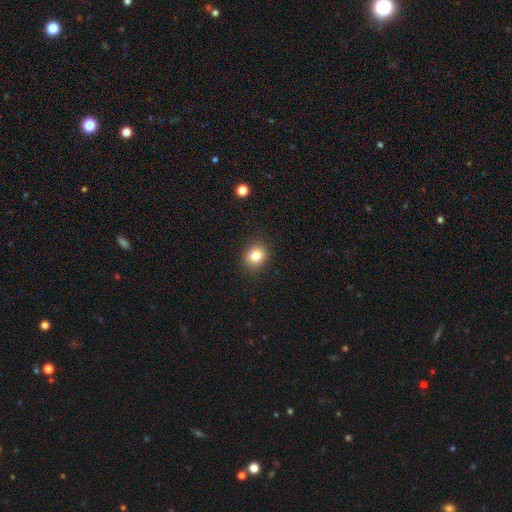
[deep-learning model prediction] Smooth or featured?
  - smooth: 83% *
  - star or artifact: 11%
  - featured or disk: 7%
How rounded?
  - round: 70% *
  - in between: 29%
  - cigar-shaped: 1%
Merging?
  - none: 88% *
  - minor disturbance: 9%
  - major disturbance: 3%
  - merger: 1%